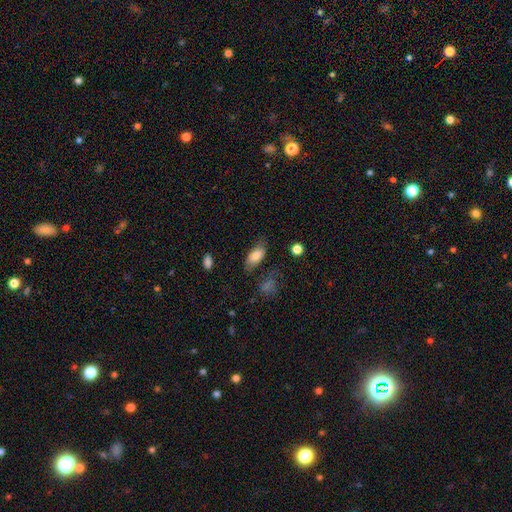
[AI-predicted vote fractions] smooth-or-featured: smooth: 80% | featured or disk: 13% | star or artifact: 7%
  how-rounded: in between: 90% | cigar-shaped: 6% | round: 3%
  merging: none: 68% | minor disturbance: 21% | major disturbance: 8% | merger: 3%